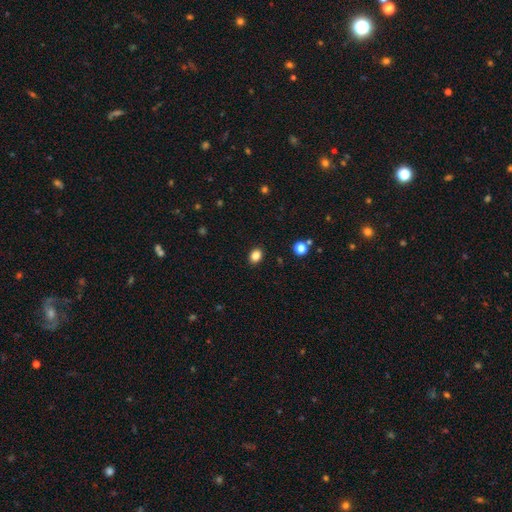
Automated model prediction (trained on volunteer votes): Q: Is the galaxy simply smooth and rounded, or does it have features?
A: smooth — 85%.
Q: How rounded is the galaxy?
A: in between — 60%.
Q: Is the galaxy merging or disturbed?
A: none — 90%.